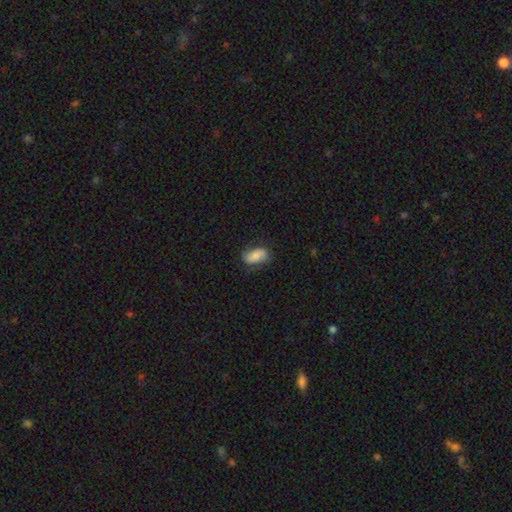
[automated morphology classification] A smooth galaxy with no disk features (70%) that is in between round and cigar-shaped (90%). Merging: none (70%).